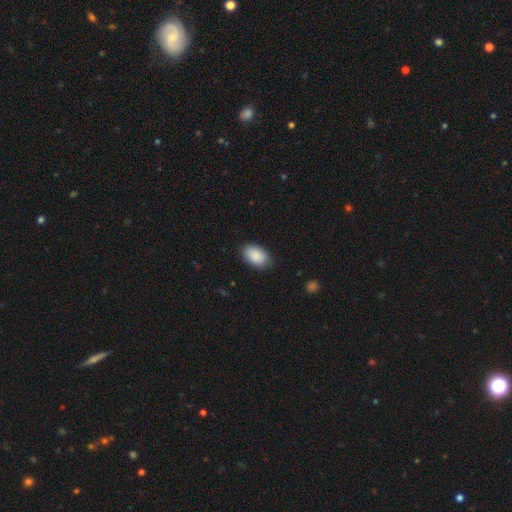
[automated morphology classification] Smooth or featured?
  - smooth: 90% *
  - star or artifact: 6%
  - featured or disk: 4%
How rounded?
  - in between: 93% *
  - round: 6%
  - cigar-shaped: 1%
Merging?
  - none: 87% *
  - minor disturbance: 10%
  - major disturbance: 2%
  - merger: 1%